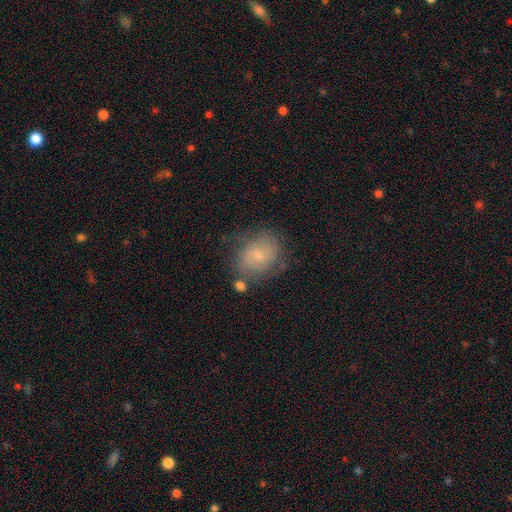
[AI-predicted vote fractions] This appears to be a smooth galaxy with no disk features (45%, tied with featured or disk). Merging: none (64%).